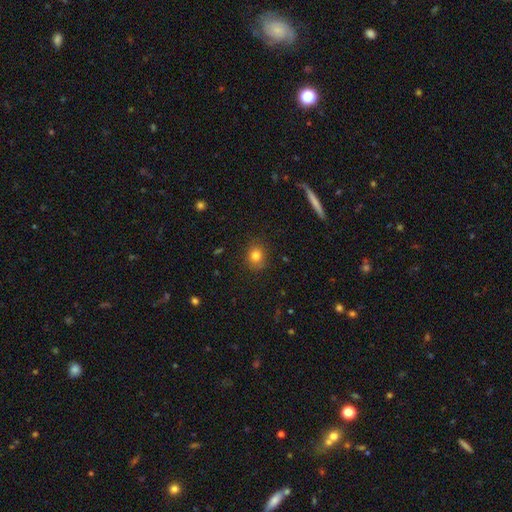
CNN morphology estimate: Smooth or featured? smooth (81%)
How rounded? round (76%)
Merging? none (83%)